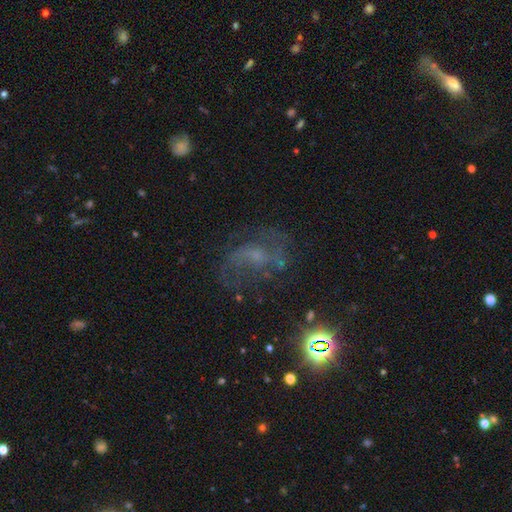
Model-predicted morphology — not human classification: smooth-or-featured: featured or disk: 64% | star or artifact: 20% | smooth: 16%
  disk-edge-on: no: 97% | yes: 3%
    bar: no: 49% | weak: 41% | strong: 9%
    has-spiral-arms: yes: 80% | no: 20%
    bulge-size: small: 47% | none: 26% | moderate: 22% | large: 3% | dominant: 1%
  merging: none: 59% | major disturbance: 19% | minor disturbance: 19% | merger: 3%